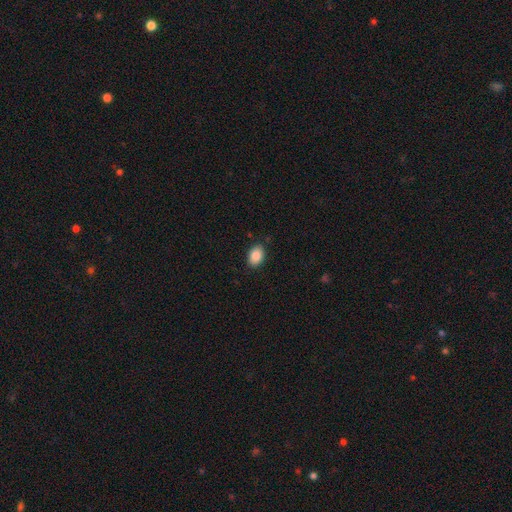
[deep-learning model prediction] Smooth or featured?
  - smooth: 87% *
  - star or artifact: 8%
  - featured or disk: 5%
How rounded?
  - in between: 82% *
  - round: 17%
  - cigar-shaped: 1%
Merging?
  - none: 87% *
  - minor disturbance: 10%
  - major disturbance: 2%
  - merger: 1%